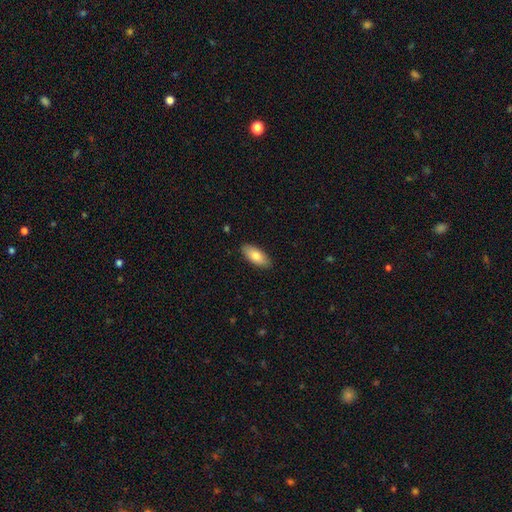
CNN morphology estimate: smooth 78%, featured or disk 16%, star or artifact 6%. Down the decision tree: how rounded — in between (86%); merging — none (88%).